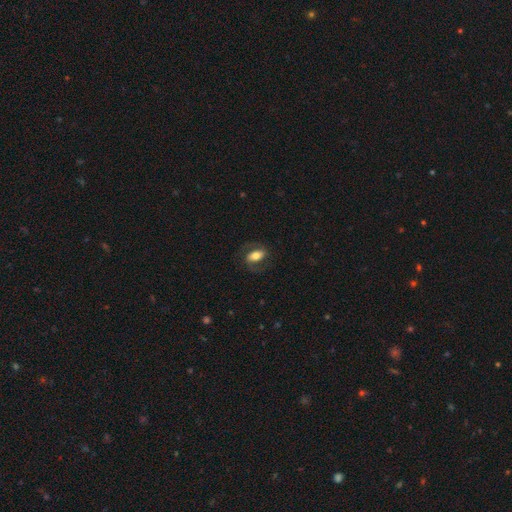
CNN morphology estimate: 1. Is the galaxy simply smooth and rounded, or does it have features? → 48% featured or disk, 44% smooth, 7% star or artifact.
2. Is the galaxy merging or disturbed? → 72% none, 15% minor disturbance, 12% major disturbance, 1% merger.